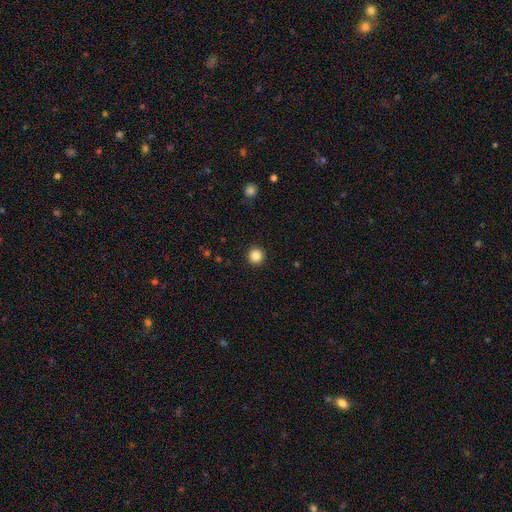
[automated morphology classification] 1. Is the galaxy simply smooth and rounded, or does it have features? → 85% smooth, 11% star or artifact, 4% featured or disk.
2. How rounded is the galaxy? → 96% round, 3% in between, 1% cigar-shaped.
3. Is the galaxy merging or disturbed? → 93% none, 4% minor disturbance, 2% major disturbance, 1% merger.